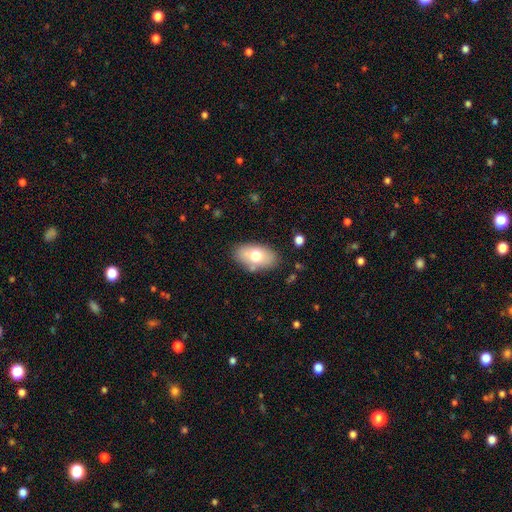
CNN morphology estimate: A smooth galaxy with no disk features (69%) that is in between round and cigar-shaped (92%). Merging: none (79%).